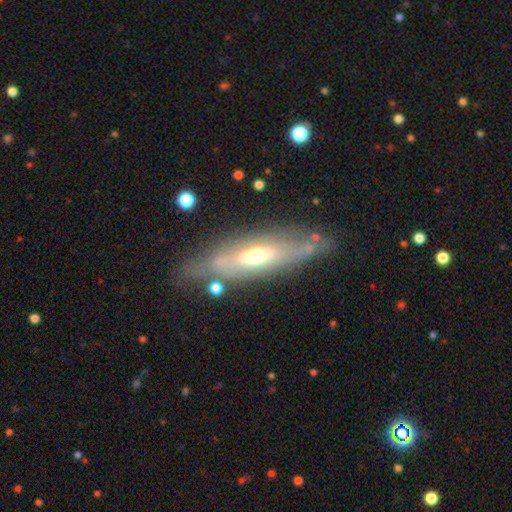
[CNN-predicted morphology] smooth_or_featured: featured or disk (p=0.65) [alt: smooth p=0.28]
disk_edge_on: yes (p=0.56) [alt: no p=0.44]
merging: none (p=0.73) [alt: minor disturbance p=0.17]